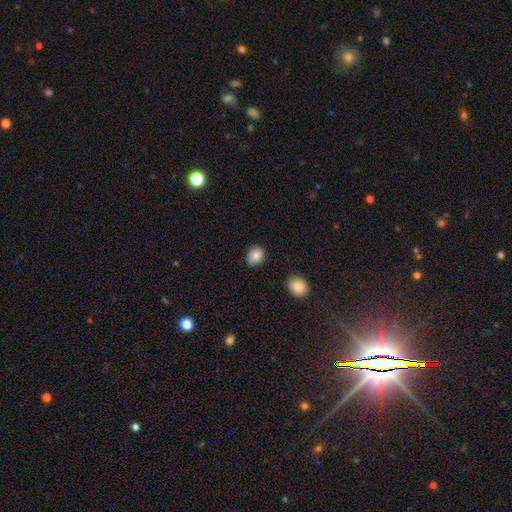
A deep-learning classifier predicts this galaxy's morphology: type=smooth (86%); roundness=round (57%); merging=none (86%).